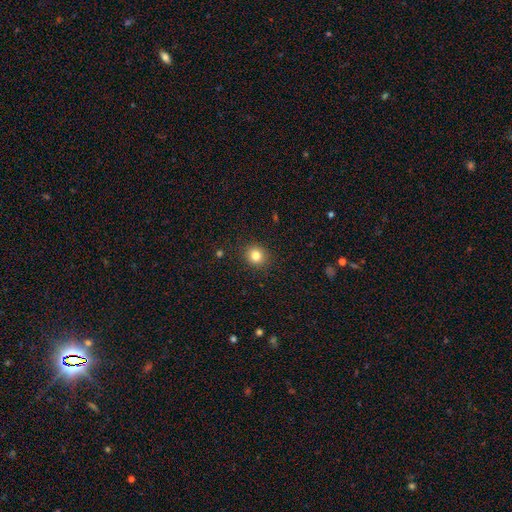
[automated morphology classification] Smooth or featured? smooth (82%)
How rounded? round (85%)
Merging? none (91%)